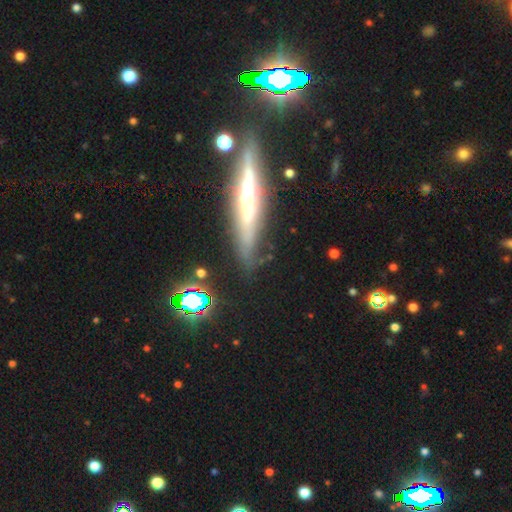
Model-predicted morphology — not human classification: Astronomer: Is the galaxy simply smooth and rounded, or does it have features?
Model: featured or disk — 66%.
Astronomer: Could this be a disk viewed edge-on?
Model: yes — 89%.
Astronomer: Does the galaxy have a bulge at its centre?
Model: none — 59%.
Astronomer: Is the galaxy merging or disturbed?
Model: none — 78%.